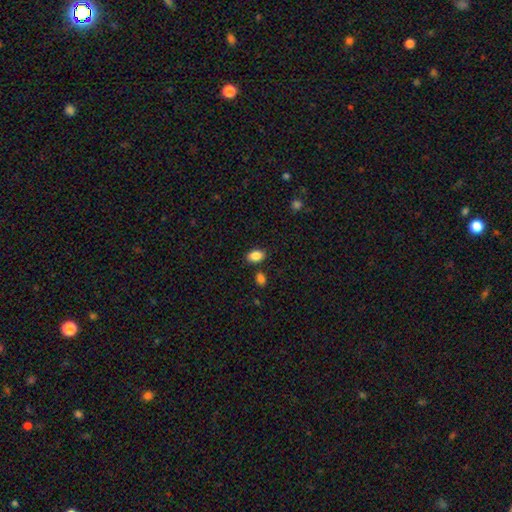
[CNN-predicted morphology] Q: Smooth or featured?
A: smooth (87%); runner-up: star or artifact (8%)
Q: How rounded?
A: in between (86%); runner-up: round (13%)
Q: Merging?
A: none (82%); runner-up: minor disturbance (10%)